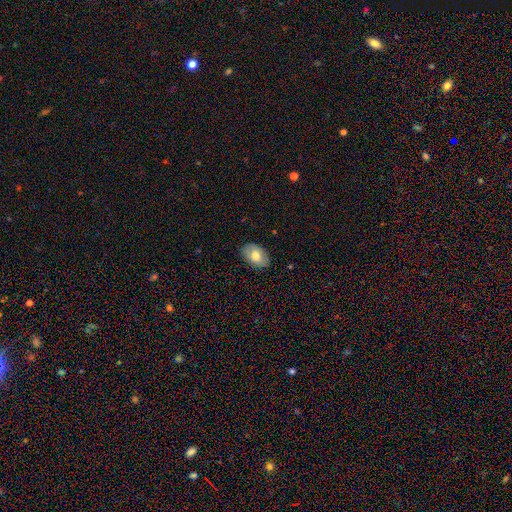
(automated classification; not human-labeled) This is likely a smooth galaxy (73%). How rounded: clearly in between (89%). Merging: clearly none (86%).